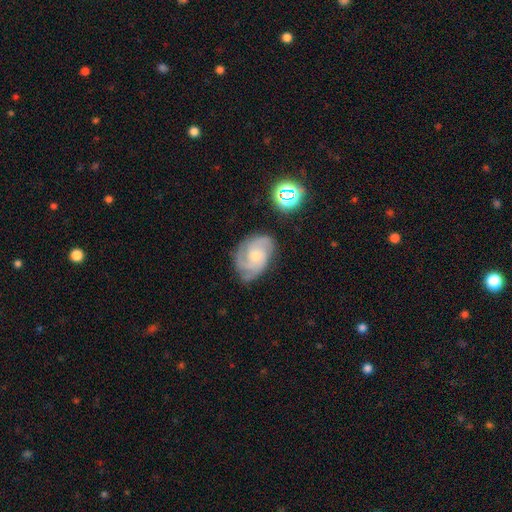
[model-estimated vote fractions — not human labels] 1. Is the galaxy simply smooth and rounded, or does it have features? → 83% featured or disk, 10% smooth, 7% star or artifact.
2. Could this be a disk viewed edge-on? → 97% no, 3% yes.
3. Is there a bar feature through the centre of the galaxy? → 69% no, 27% weak, 4% strong.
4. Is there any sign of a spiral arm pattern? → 97% yes, 3% no.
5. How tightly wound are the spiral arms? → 50% tight, 42% medium, 8% loose.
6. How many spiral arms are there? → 54% 3, 17% 2, 12% can't tell, 9% 4, 4% 1, 4% more than 4.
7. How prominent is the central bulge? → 50% small, 45% moderate, 2% none, 2% large, 1% dominant.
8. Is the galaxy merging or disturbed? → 71% none, 21% minor disturbance, 6% major disturbance, 2% merger.